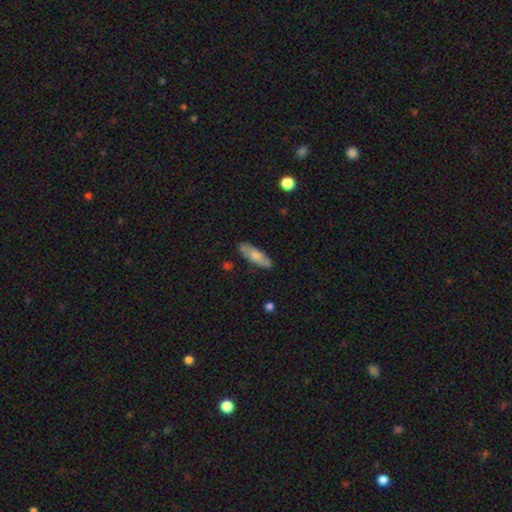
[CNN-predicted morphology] Smooth or featured?
  - smooth: 66% *
  - featured or disk: 28%
  - star or artifact: 6%
How rounded?
  - in between: 54% *
  - cigar-shaped: 44%
  - round: 2%
Merging?
  - none: 82% *
  - minor disturbance: 13%
  - major disturbance: 3%
  - merger: 2%